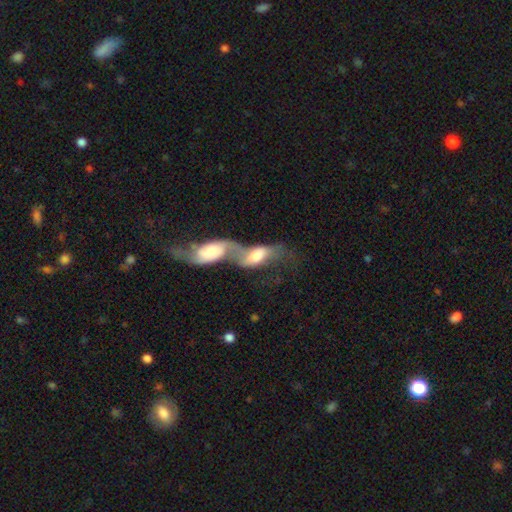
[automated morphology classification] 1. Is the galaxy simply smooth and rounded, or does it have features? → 50% smooth, 43% featured or disk, 7% star or artifact.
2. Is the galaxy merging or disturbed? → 80% merger, 9% major disturbance, 6% none, 4% minor disturbance.